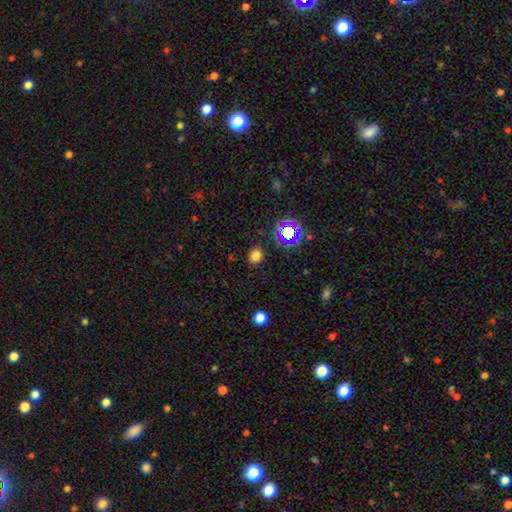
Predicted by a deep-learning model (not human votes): smooth 75%, star or artifact 21%, featured or disk 5%. Down the decision tree: how rounded — round (75%); merging — none (88%).